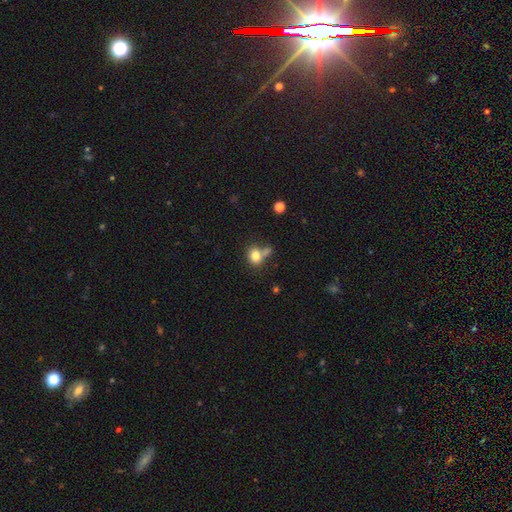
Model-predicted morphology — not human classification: smooth 80%, star or artifact 11%, featured or disk 9%. Down the decision tree: how rounded — round (59%); merging — none (47%).